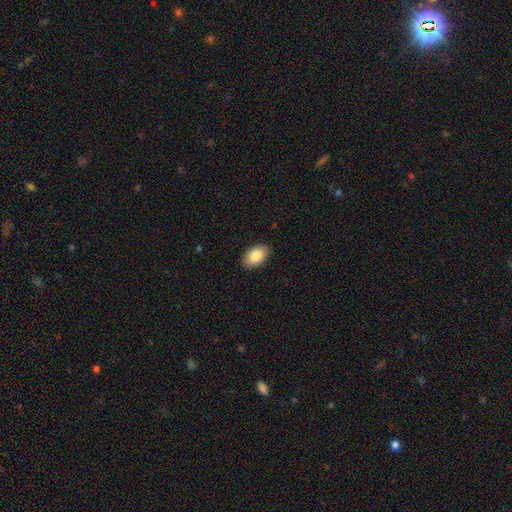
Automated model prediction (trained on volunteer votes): Morphology: type=smooth (85%); roundness=in between (93%); merging=none (88%).